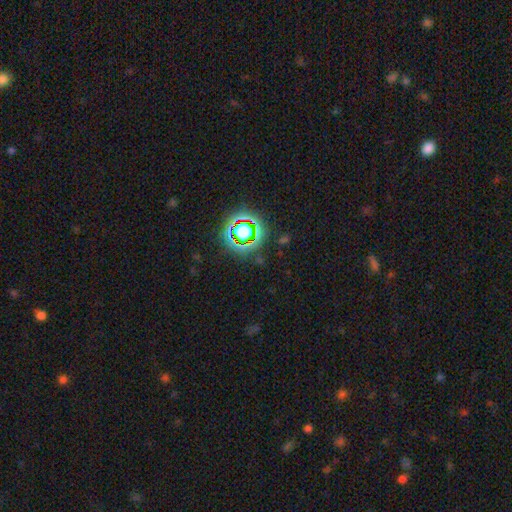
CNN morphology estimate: Smooth or featured? Predicted: star or artifact (p=0.72).